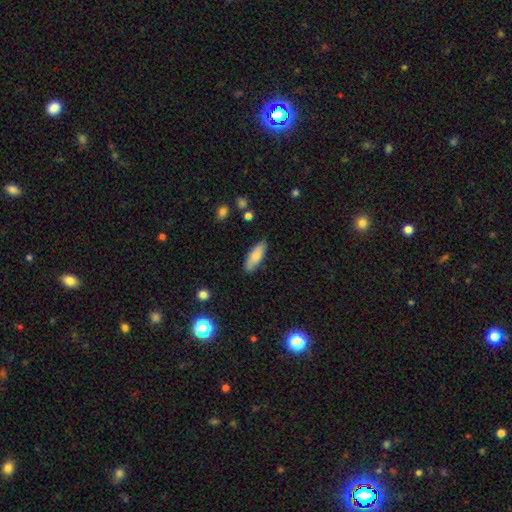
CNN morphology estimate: type=smooth (80%); roundness=in between (64%); merging=none (84%).